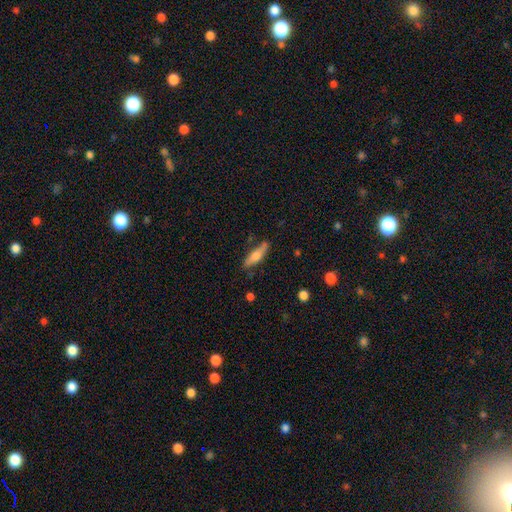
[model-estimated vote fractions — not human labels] A smooth galaxy with no disk features (56%) that is cigar-shaped (67%).

Vote fractions:
- Smooth or featured? smooth: 56% / featured or disk: 37% / star or artifact: 6%
- How rounded? cigar-shaped: 67% / in between: 31% / round: 2%
- Merging? none: 79% / minor disturbance: 16% / major disturbance: 3% / merger: 2%